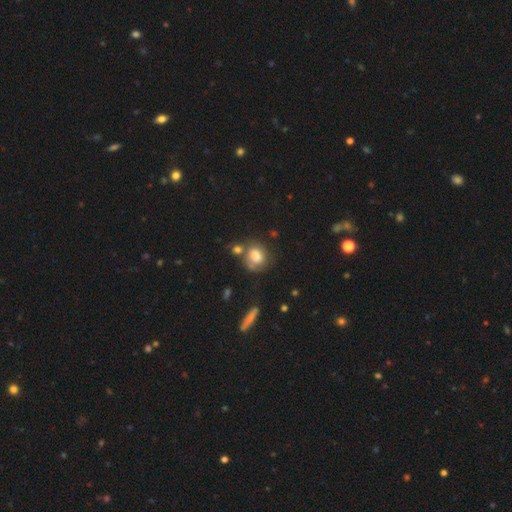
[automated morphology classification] A smooth galaxy with no disk features (66%) that is round (55%).

Vote fractions:
- Smooth or featured? smooth: 66% / featured or disk: 24% / star or artifact: 10%
- How rounded? round: 55% / in between: 44% / cigar-shaped: 2%
- Merging? none: 49% / minor disturbance: 22% / merger: 17% / major disturbance: 12%